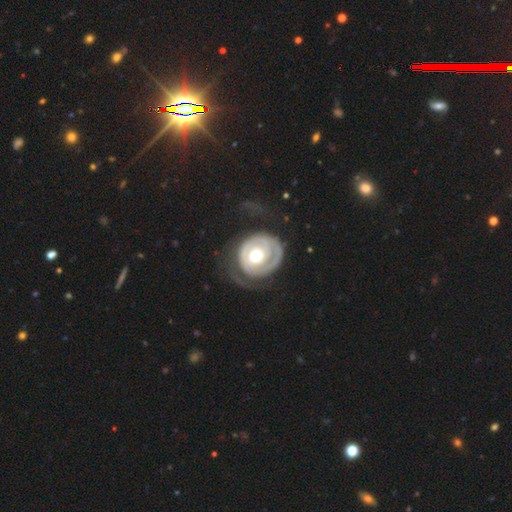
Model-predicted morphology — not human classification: Smooth or featured: featured or disk — 79% (smooth — 17%)
Edge-on disk: no — 97% (yes — 3%)
Bar: no — 81% (weak — 15%)
Spiral arms: yes — 77% (no — 23%)
Spiral winding: tight — 69% (medium — 18%)
Spiral arm count: 1 — 49% (2 — 24%)
Bulge size: moderate — 66% (large — 21%)
Merging: none — 51% (major disturbance — 26%)